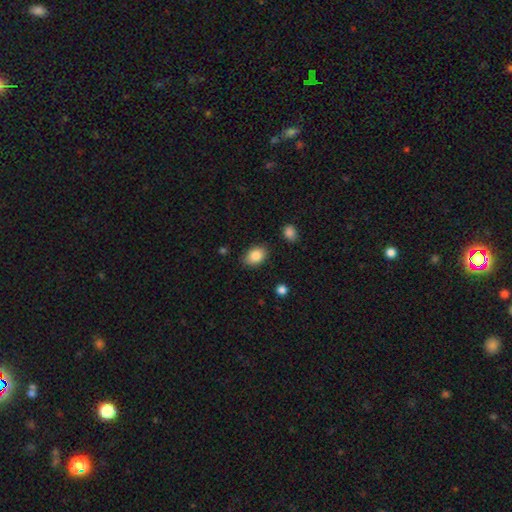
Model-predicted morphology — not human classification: Overall: smooth (85%). How rounded: in between (79%). Merging: none (83%).